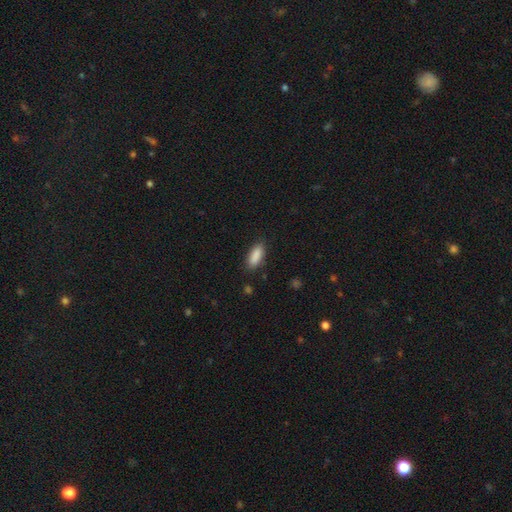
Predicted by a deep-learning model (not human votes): Overall: smooth (89%). How rounded: in between (74%). Merging: none (85%).